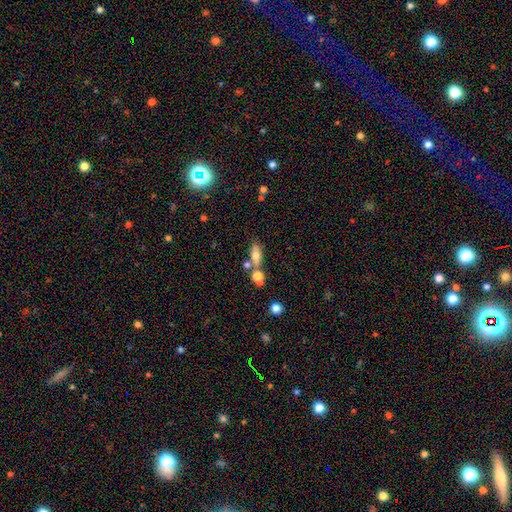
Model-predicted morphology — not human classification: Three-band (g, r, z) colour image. It shows a smooth galaxy with no disk features (66%) that is in between round and cigar-shaped (67%). Merging: none (51%).